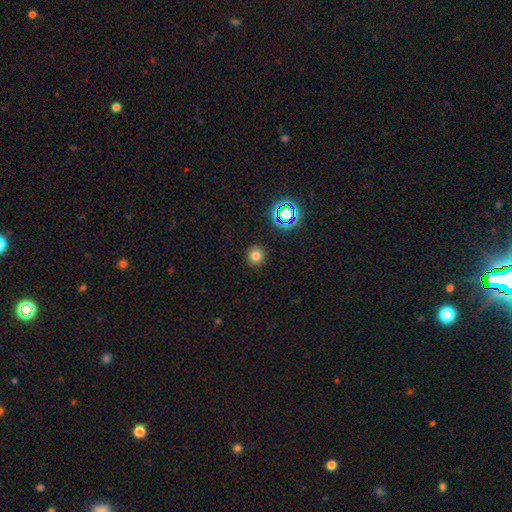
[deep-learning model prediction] Smooth or featured? Predicted: smooth (p=0.75). How rounded? Predicted: round (p=0.94). Merging? Predicted: none (p=0.91).